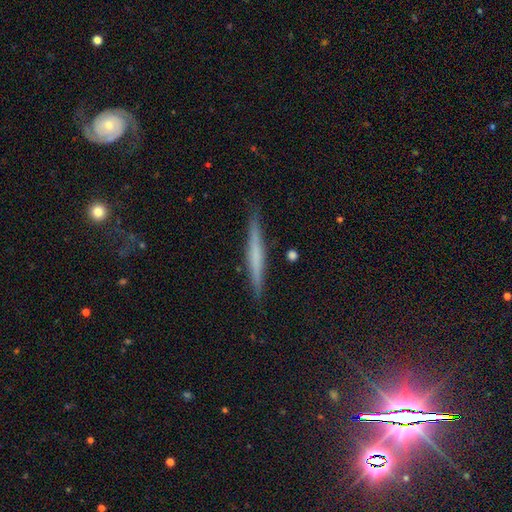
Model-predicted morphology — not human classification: The model was most divided on "smooth or featured": featured or disk: 49%, smooth: 43%, star or artifact: 9%. More confident: merging — none (89%).